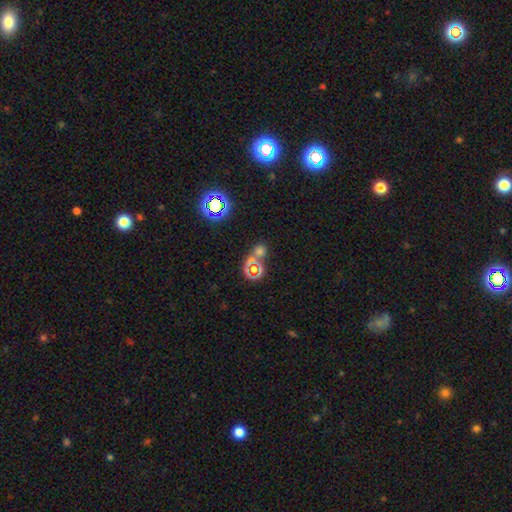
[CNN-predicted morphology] Overall: star or artifact (49%; smooth 42%).